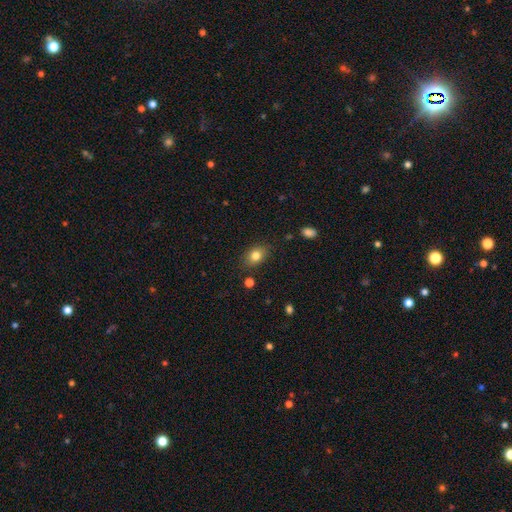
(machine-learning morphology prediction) Smooth or featured?
  - smooth: 81% *
  - star or artifact: 10%
  - featured or disk: 9%
How rounded?
  - in between: 70% *
  - round: 28%
  - cigar-shaped: 1%
Merging?
  - none: 83% *
  - minor disturbance: 12%
  - major disturbance: 3%
  - merger: 2%